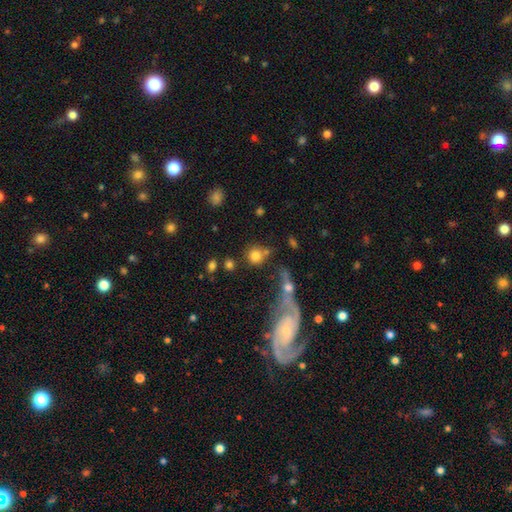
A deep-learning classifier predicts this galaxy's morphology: A smooth galaxy with no disk features (77%) that is round (87%).

Vote fractions:
- Smooth or featured? smooth: 77% / featured or disk: 12% / star or artifact: 11%
- How rounded? round: 87% / in between: 10% / cigar-shaped: 2%
- Merging? none: 60% / merger: 21% / minor disturbance: 12% / major disturbance: 7%